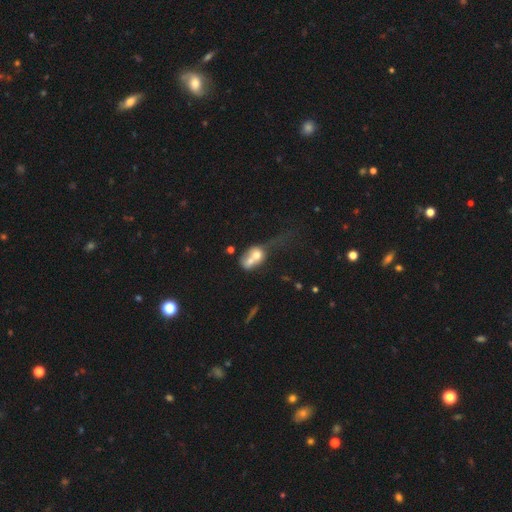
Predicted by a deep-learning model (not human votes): Smooth or featured: smooth — 59% (featured or disk — 30%)
How rounded: in between — 56% (round — 41%)
Merging: merger — 63% (major disturbance — 17%)